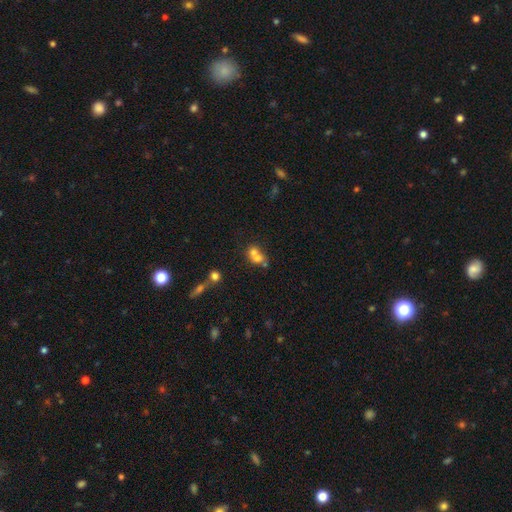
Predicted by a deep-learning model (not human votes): Overall: smooth (64%). How rounded: round (63%; in between 35%). Merging: merger (64%; none 25%).